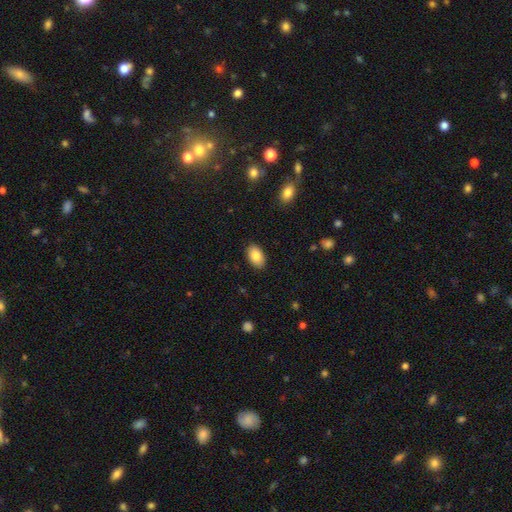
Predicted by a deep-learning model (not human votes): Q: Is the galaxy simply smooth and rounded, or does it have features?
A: smooth — 84%.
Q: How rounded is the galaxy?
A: in between — 92%.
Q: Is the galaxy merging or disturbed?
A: none — 88%.